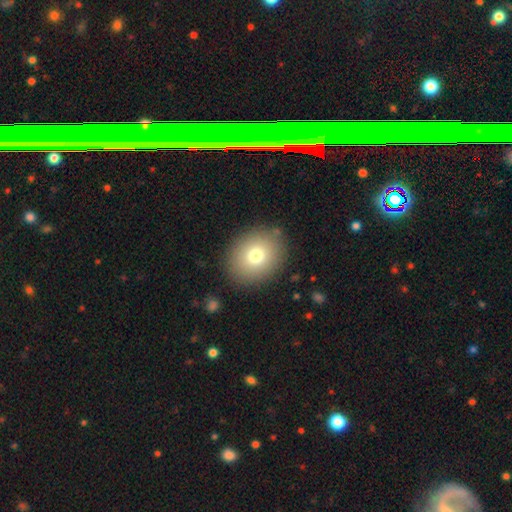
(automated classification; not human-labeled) Overall: smooth (76%). How rounded: round (59%; in between 41%). Merging: none (87%).